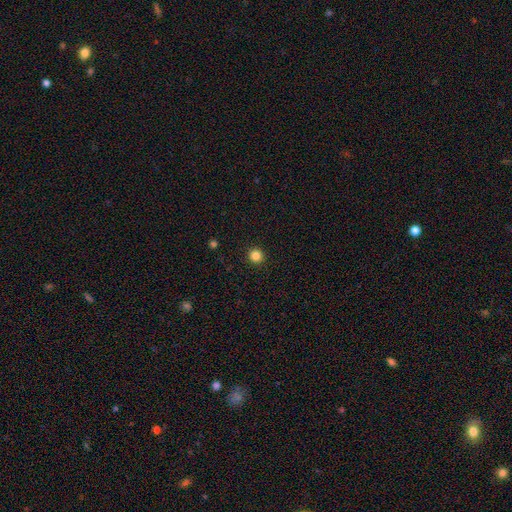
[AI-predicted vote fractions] A smooth galaxy with no disk features (84%) that is round (95%).

Vote fractions:
- Smooth or featured? smooth: 84% / star or artifact: 12% / featured or disk: 3%
- How rounded? round: 95% / in between: 4% / cigar-shaped: 1%
- Merging? none: 93% / minor disturbance: 4% / major disturbance: 2% / merger: 1%